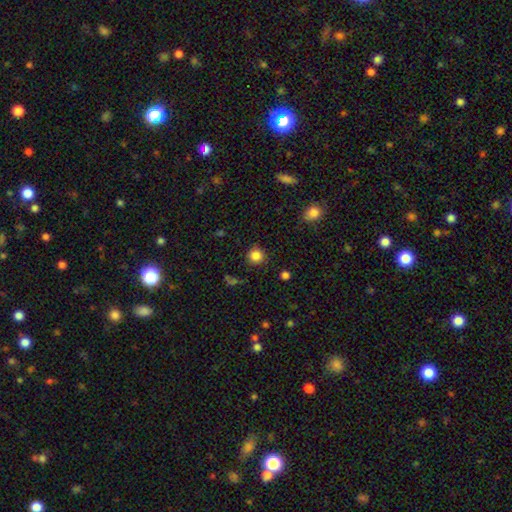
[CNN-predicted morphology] Smooth or featured? smooth (85%)
How rounded? round (93%)
Merging? none (89%)